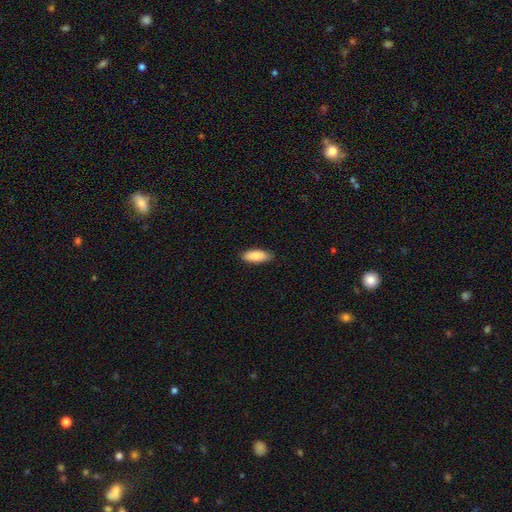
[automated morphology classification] Smooth or featured? smooth (86%)
How rounded? in between (78%)
Merging? none (86%)